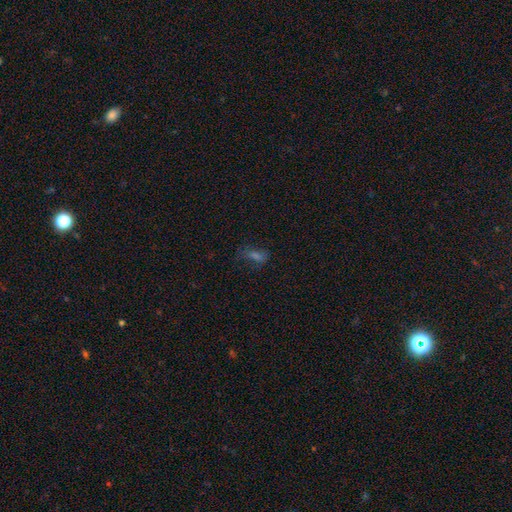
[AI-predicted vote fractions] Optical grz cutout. It shows a smooth galaxy with no disk features (48%). Merging: none (60%).